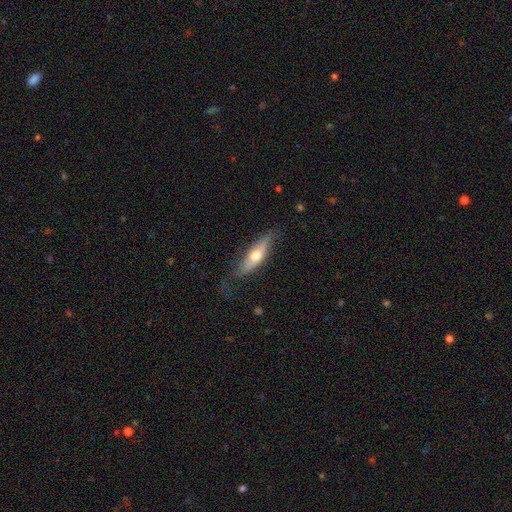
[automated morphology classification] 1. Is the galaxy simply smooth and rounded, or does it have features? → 51% smooth, 43% featured or disk, 5% star or artifact.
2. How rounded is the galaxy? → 57% cigar-shaped, 41% in between, 2% round.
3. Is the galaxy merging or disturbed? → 68% none, 23% minor disturbance, 7% major disturbance, 2% merger.